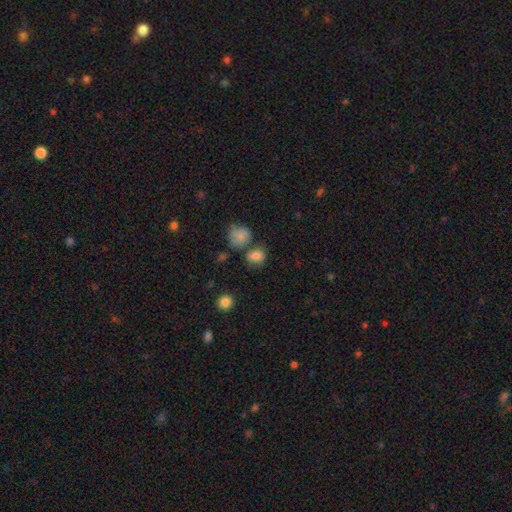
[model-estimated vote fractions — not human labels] A smooth galaxy with no disk features (79%) that is in between round and cigar-shaped (52%).

Vote fractions:
- Smooth or featured? smooth: 79% / star or artifact: 11% / featured or disk: 9%
- How rounded? in between: 52% / round: 47% / cigar-shaped: 1%
- Merging? none: 55% / merger: 20% / minor disturbance: 18% / major disturbance: 7%